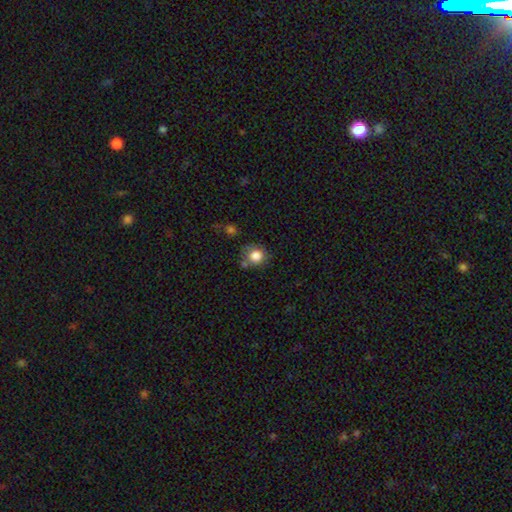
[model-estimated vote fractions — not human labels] Smooth or featured: smooth — 83% (star or artifact — 10%)
How rounded: round — 85% (in between — 14%)
Merging: none — 65% (minor disturbance — 18%)